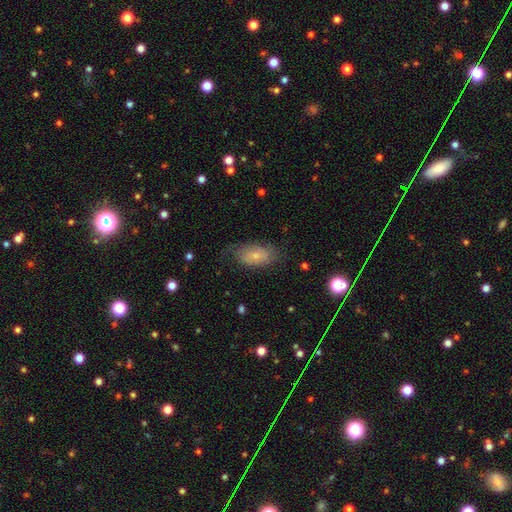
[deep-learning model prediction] Smooth or featured: smooth — 50% (featured or disk — 42%)
How rounded: in between — 90% (round — 5%)
Merging: none — 62% (minor disturbance — 25%)